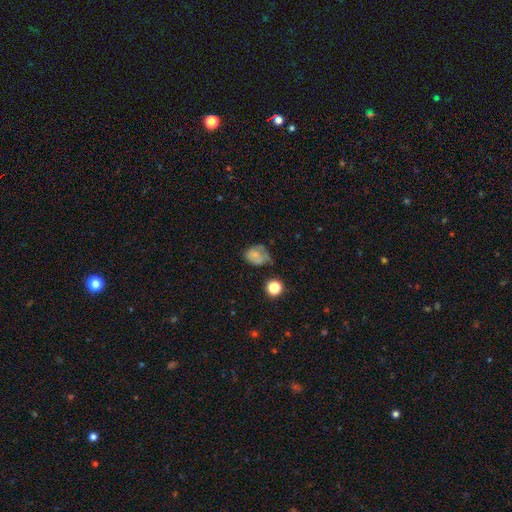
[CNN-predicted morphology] Smooth or featured? Predicted: smooth (p=0.64). How rounded? Predicted: in between (p=0.50). Merging? Predicted: minor disturbance (p=0.34).